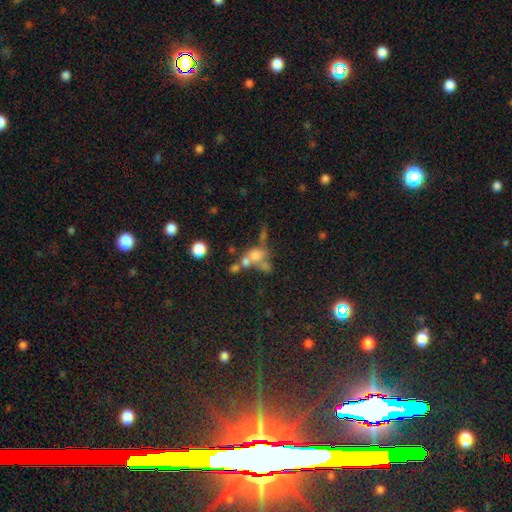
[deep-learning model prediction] Smooth or featured? smooth (52%)
How rounded? round (53%)
Merging? merger (53%)